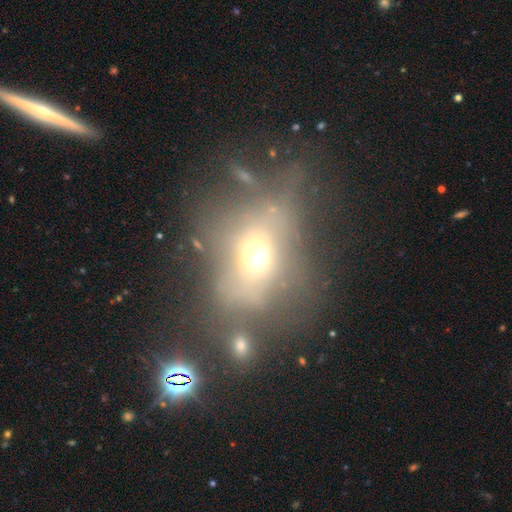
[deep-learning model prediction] Q: Smooth or featured?
A: smooth (47%); runner-up: featured or disk (33%)
Q: Merging?
A: none (38%); runner-up: major disturbance (29%)